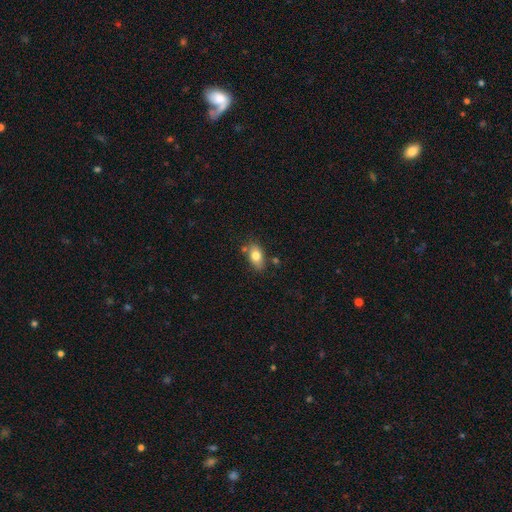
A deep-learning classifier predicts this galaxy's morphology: Overall: smooth (79%). How rounded: in between (87%). Merging: none (73%).